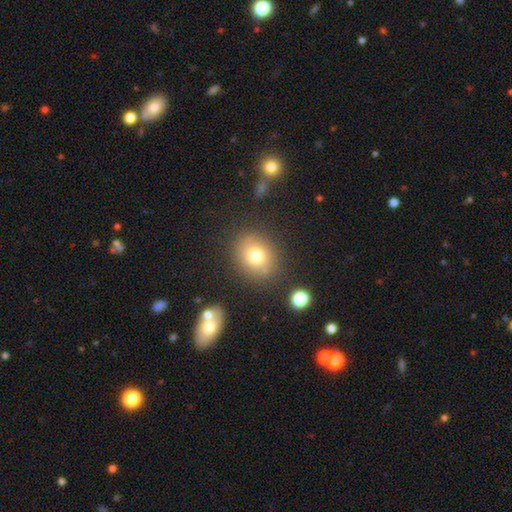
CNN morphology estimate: This is likely a smooth galaxy (76%). How rounded: likely round (61%). Merging: clearly none (81%).